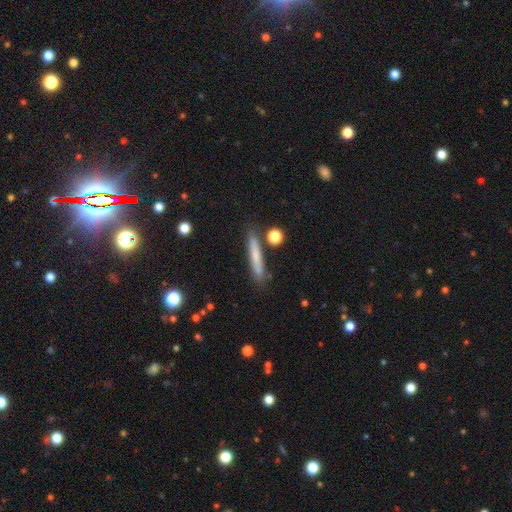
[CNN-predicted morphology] A smooth galaxy with no disk features (67%) that is cigar-shaped (92%). Merging: none (80%).